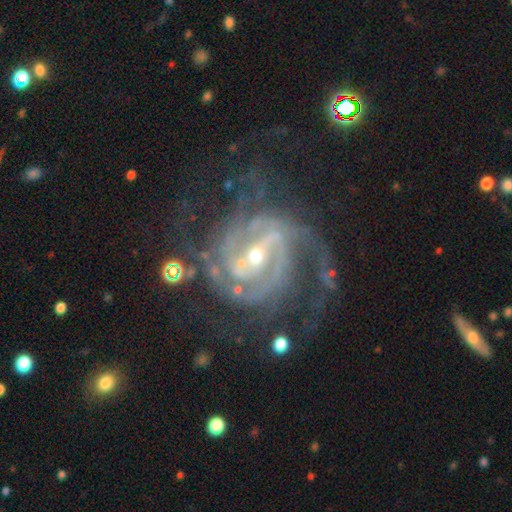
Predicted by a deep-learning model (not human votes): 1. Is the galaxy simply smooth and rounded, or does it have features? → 91% featured or disk, 6% star or artifact, 3% smooth.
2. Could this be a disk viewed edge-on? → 97% no, 3% yes.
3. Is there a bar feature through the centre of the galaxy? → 48% strong, 38% weak, 14% no.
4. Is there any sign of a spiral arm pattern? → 98% yes, 2% no.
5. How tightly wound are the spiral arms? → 51% tight, 39% medium, 9% loose.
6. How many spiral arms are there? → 35% 2, 20% 3, 18% can't tell, 14% 4, 7% more than 4, 6% 1.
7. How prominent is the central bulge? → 63% small, 34% moderate, 2% large, 1% none, 1% dominant.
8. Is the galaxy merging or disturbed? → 60% none, 20% major disturbance, 17% minor disturbance, 3% merger.